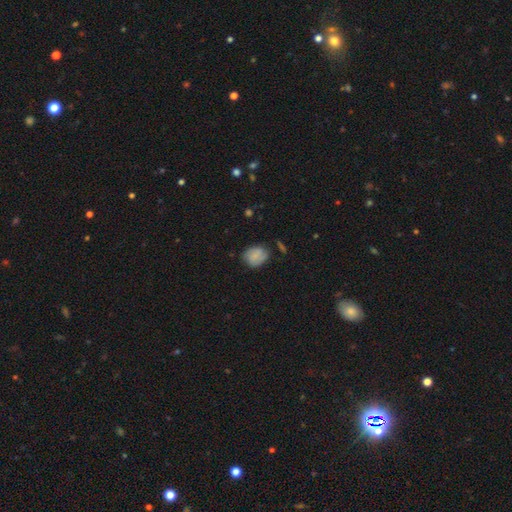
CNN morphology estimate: smooth_or_featured: smooth (p=0.69) [alt: featured or disk p=0.22]
how_rounded: round (p=0.57) [alt: in between p=0.42]
merging: none (p=0.62) [alt: minor disturbance p=0.27]